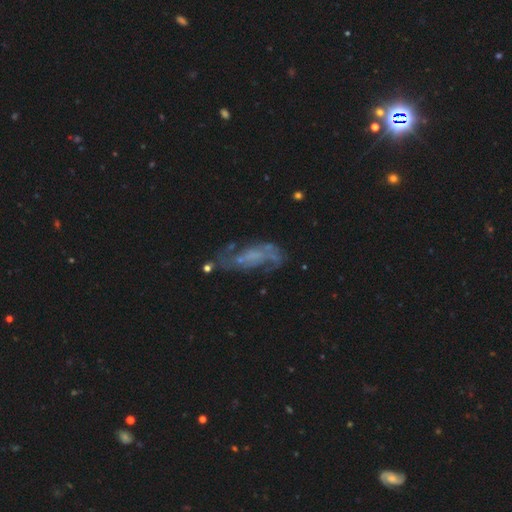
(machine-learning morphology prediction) Q: Smooth or featured?
A: featured or disk (68%); runner-up: smooth (20%)
Q: Edge-on disk?
A: no (90%); runner-up: yes (10%)
Q: Bar?
A: no (61%); runner-up: weak (29%)
Q: Spiral arms?
A: yes (72%); runner-up: no (28%)
Q: Bulge size?
A: none (59%); runner-up: small (24%)
Q: Merging?
A: none (49%); runner-up: major disturbance (24%)